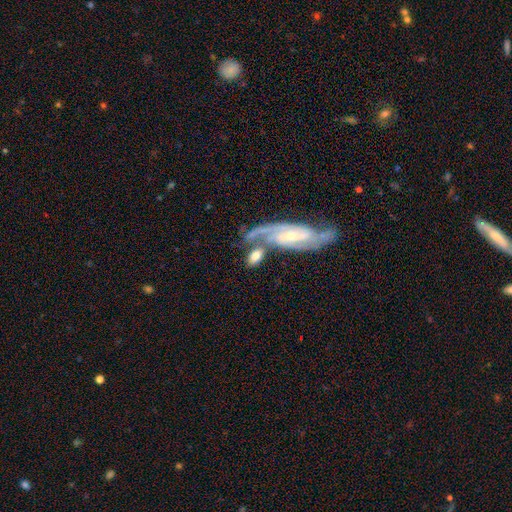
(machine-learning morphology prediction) A smooth galaxy with no disk features (52%) that is in between round and cigar-shaped (85%). Merging: none (42%).